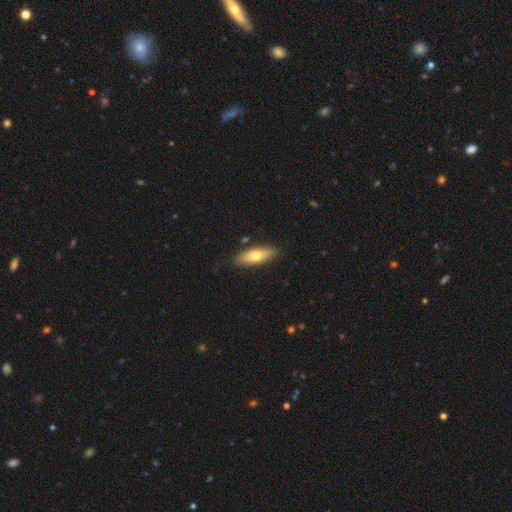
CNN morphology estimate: A smooth galaxy with no disk features (71%) that is in between round and cigar-shaped (64%). Merging: none (85%).